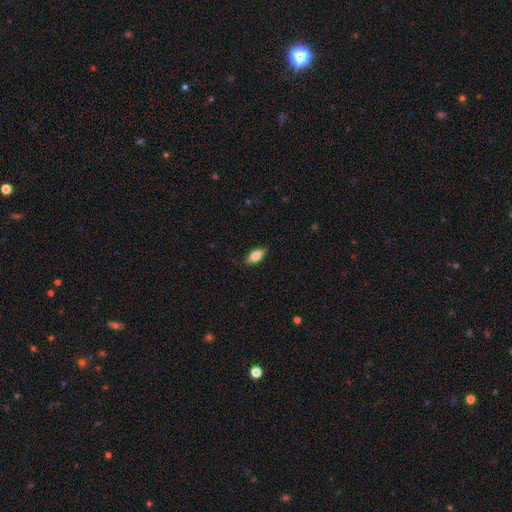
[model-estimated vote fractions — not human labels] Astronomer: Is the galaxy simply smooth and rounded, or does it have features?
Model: smooth — 66%.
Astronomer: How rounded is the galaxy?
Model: in between — 79%.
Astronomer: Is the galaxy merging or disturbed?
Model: none — 86%.